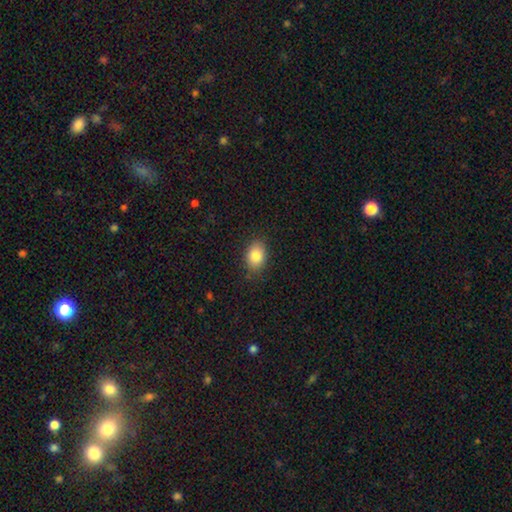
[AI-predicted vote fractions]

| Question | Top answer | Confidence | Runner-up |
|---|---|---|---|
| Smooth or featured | smooth | 84% | star or artifact (8%) |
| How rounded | in between | 78% | round (21%) |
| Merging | none | 85% | minor disturbance (11%) |